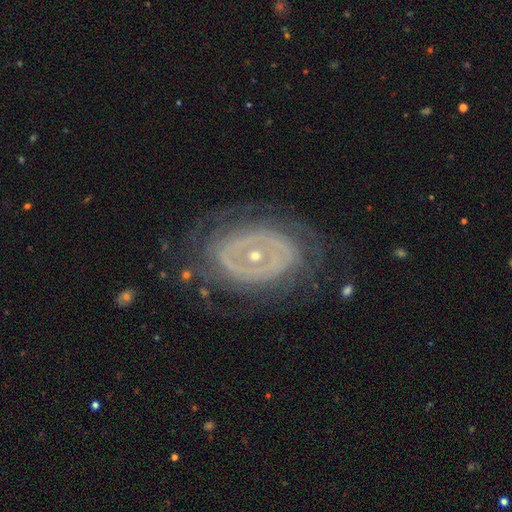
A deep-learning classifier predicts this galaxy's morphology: This is likely a featured or disk galaxy (78%). It is clearly not viewed edge-on (95%). Bar: possibly no (54%). Spiral arm pattern: possibly yes (51%). Central bulge: likely small (71%). Merging: likely none (68%).